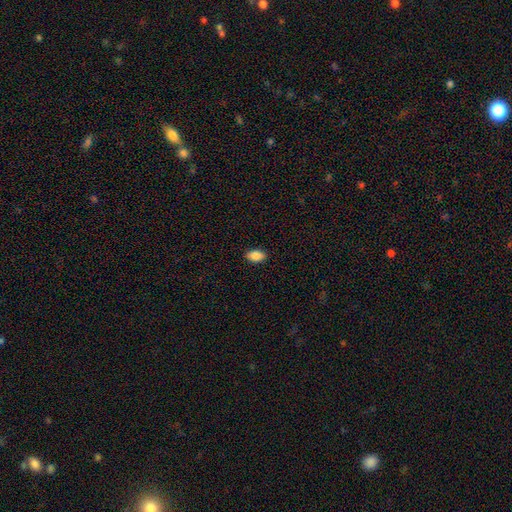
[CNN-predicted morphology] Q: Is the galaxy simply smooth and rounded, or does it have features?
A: smooth — 87%.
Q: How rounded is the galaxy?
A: in between — 91%.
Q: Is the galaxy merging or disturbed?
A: none — 90%.